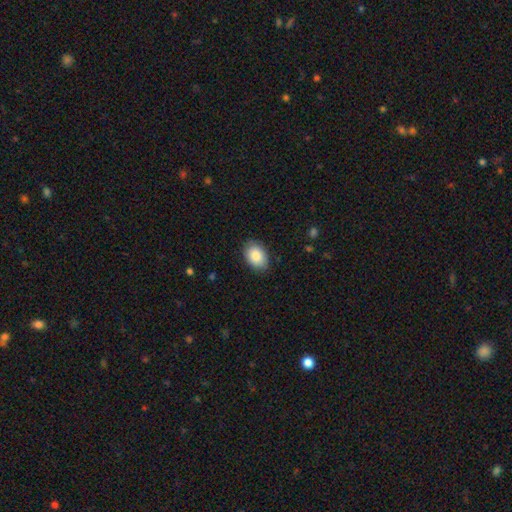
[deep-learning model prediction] smooth_or_featured: smooth (p=0.86) [alt: featured or disk p=0.07]
how_rounded: in between (p=0.84) [alt: round p=0.15]
merging: none (p=0.85) [alt: minor disturbance p=0.11]